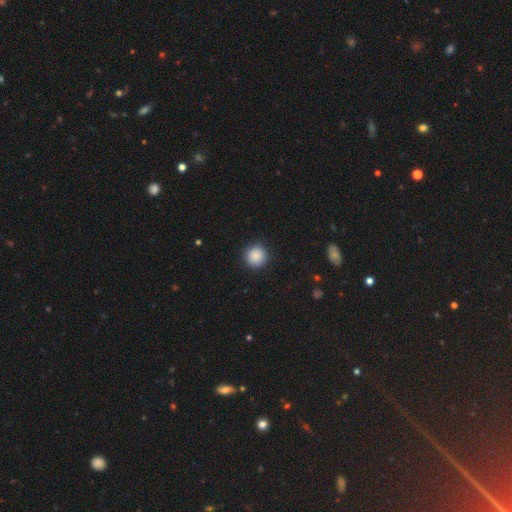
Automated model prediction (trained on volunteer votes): A smooth galaxy with no disk features (88%) that is round (95%). Merging: none (91%).